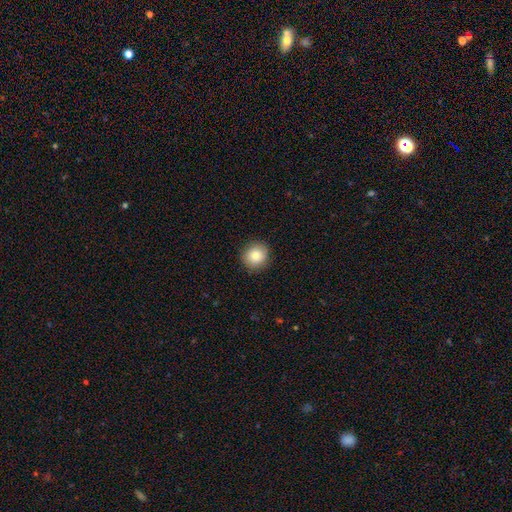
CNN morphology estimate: A smooth galaxy with no disk features (82%) that is round (88%).

Vote fractions:
- Smooth or featured? smooth: 82% / star or artifact: 9% / featured or disk: 9%
- How rounded? round: 88% / in between: 11% / cigar-shaped: 1%
- Merging? none: 90% / minor disturbance: 7% / major disturbance: 2% / merger: 1%